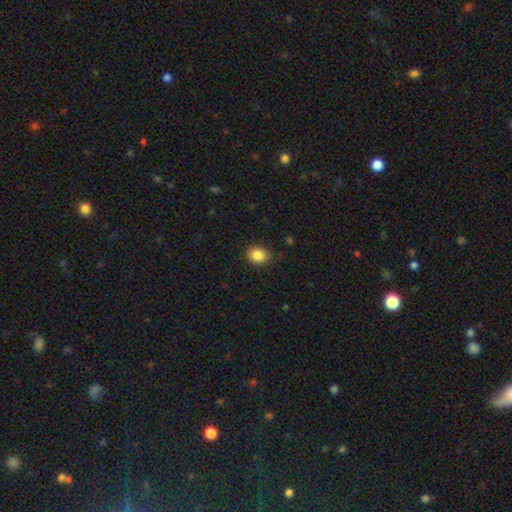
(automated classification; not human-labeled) Overall: smooth (85%). How rounded: round (60%; in between 39%). Merging: none (87%).